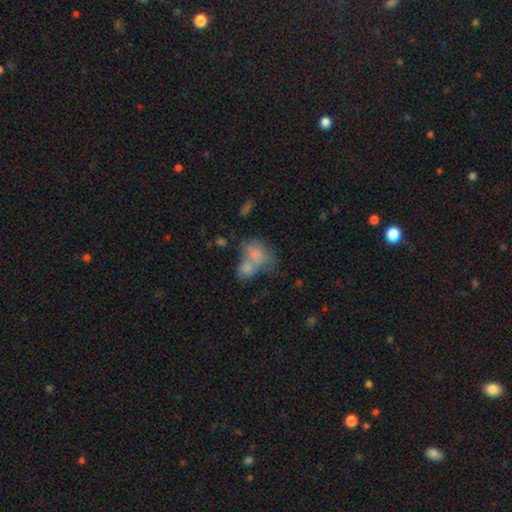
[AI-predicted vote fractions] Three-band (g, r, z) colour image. It shows a smooth galaxy with no disk features (72%) that is in between round and cigar-shaped (72%). Merging: merger (63%).